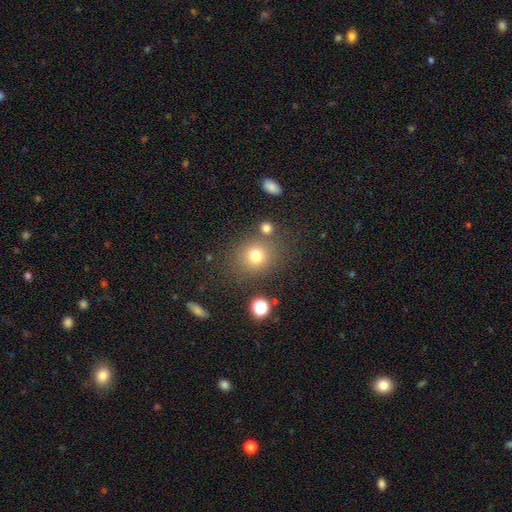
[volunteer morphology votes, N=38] Volunteers were most divided on "merging": none: 65%, minor disturbance: 18%, major disturbance: 12%, merger: 6%. More confident: how rounded — round (80%); smooth or featured — smooth (79%).